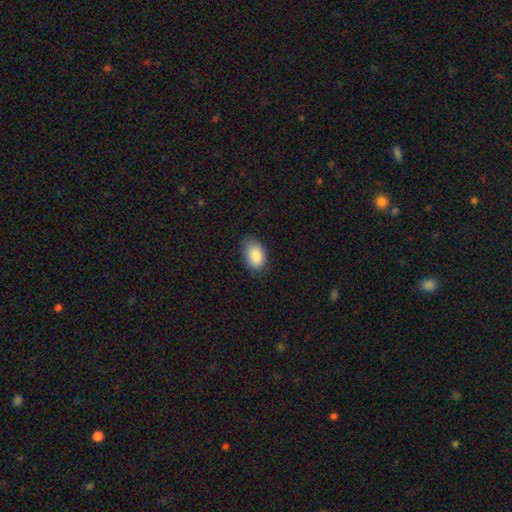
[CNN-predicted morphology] Overall: smooth (88%). How rounded: in between (90%). Merging: none (74%).